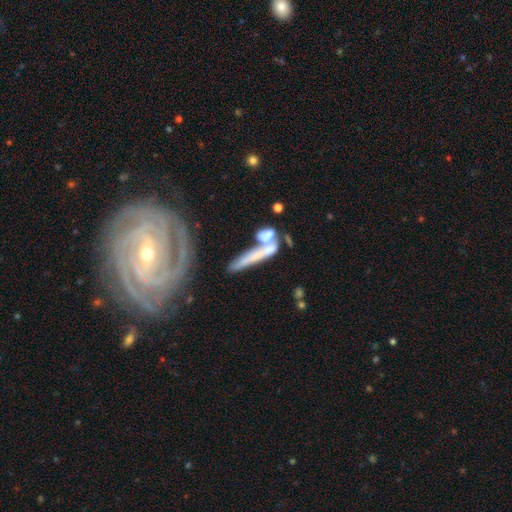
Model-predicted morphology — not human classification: This is likely a featured or disk galaxy (65%). It is likely not viewed edge-on (62%). Merging: possibly none (59%).